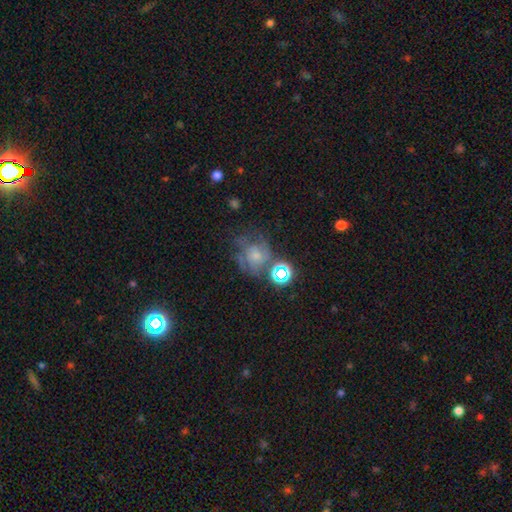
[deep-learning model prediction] Smooth or featured? smooth (40%)
Merging? none (42%)